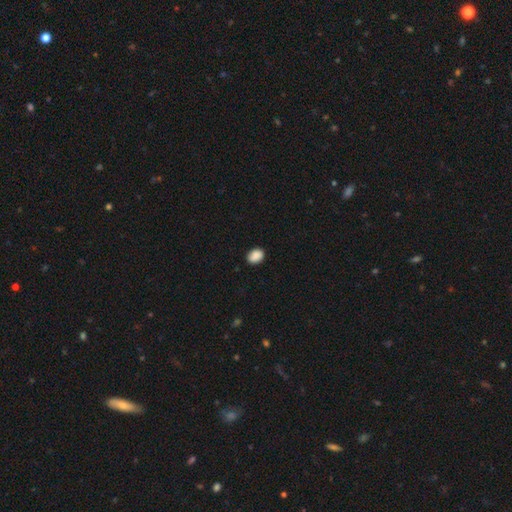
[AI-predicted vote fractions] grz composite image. It shows a smooth galaxy with no disk features (89%) that is in between round and cigar-shaped (71%). Merging: none (87%).